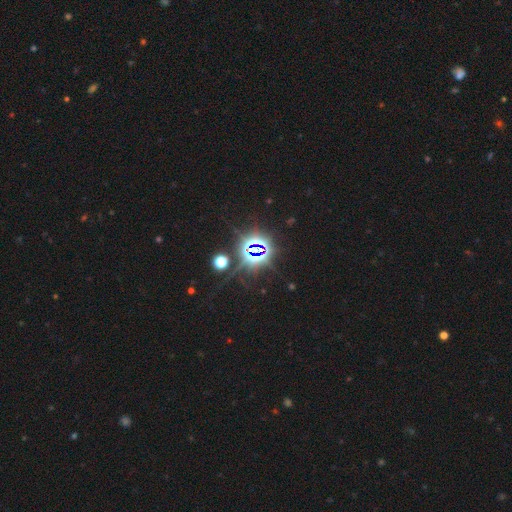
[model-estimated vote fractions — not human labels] Overall: star or artifact (83%).